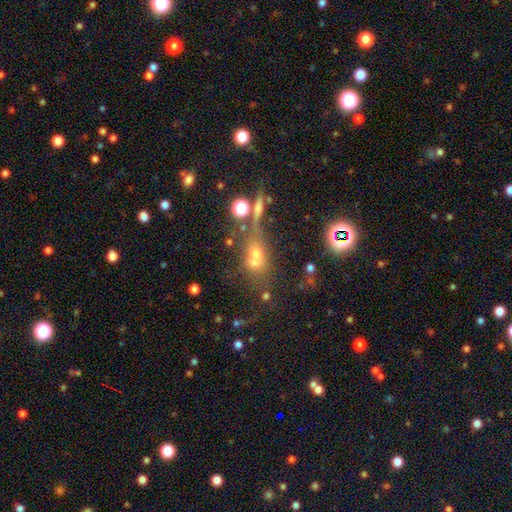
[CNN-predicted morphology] smooth-or-featured: smooth: 45% | star or artifact: 31% | featured or disk: 24%
  merging: merger: 41% | none: 35% | major disturbance: 12% | minor disturbance: 12%